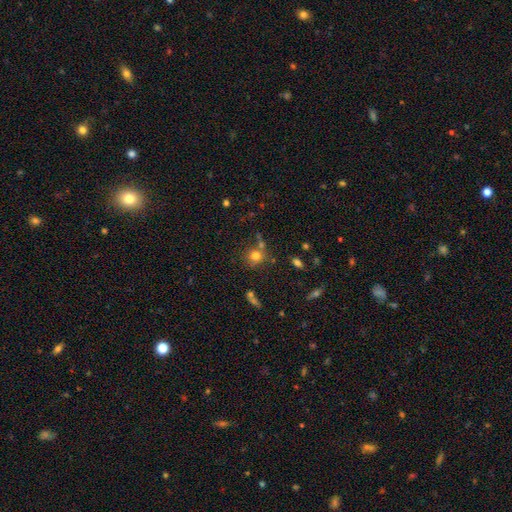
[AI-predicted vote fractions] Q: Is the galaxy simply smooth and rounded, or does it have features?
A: smooth — 75%.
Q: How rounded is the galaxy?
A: round — 84%.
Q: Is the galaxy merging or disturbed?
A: none — 66%.